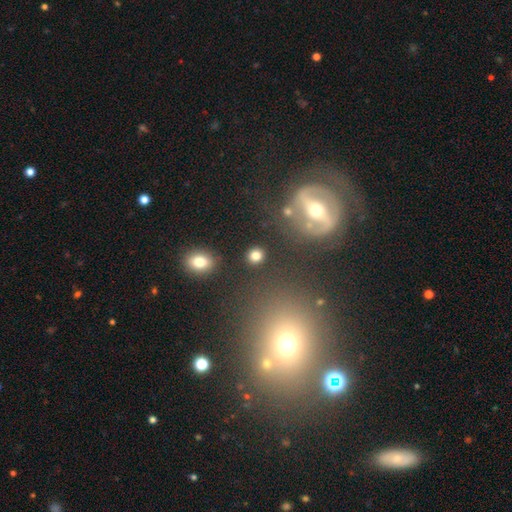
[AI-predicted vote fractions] smooth_or_featured: smooth (p=0.82) [alt: star or artifact p=0.12]
how_rounded: round (p=0.82) [alt: in between p=0.17]
merging: none (p=0.87) [alt: minor disturbance p=0.07]